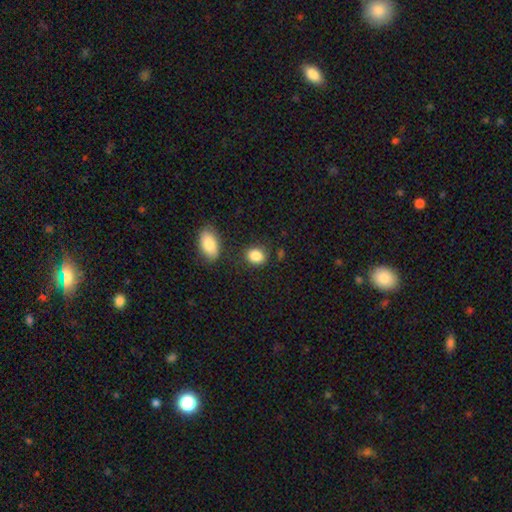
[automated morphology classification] Smooth or featured? smooth (87%)
How rounded? in between (55%)
Merging? none (80%)